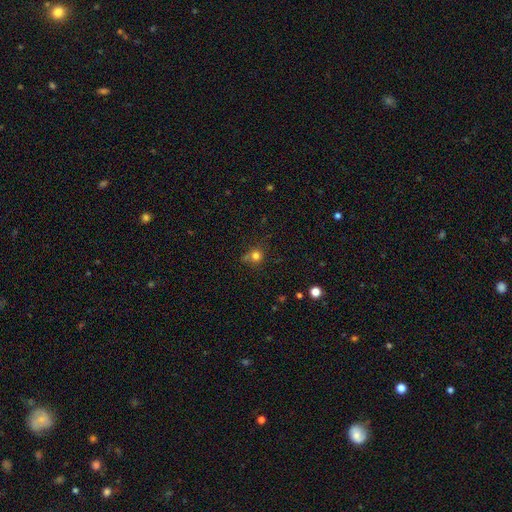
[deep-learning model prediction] A smooth galaxy with no disk features (76%) that is round (88%).

Vote fractions:
- Smooth or featured? smooth: 76% / star or artifact: 16% / featured or disk: 7%
- How rounded? round: 88% / in between: 11% / cigar-shaped: 1%
- Merging? none: 65% / minor disturbance: 17% / merger: 12% / major disturbance: 7%